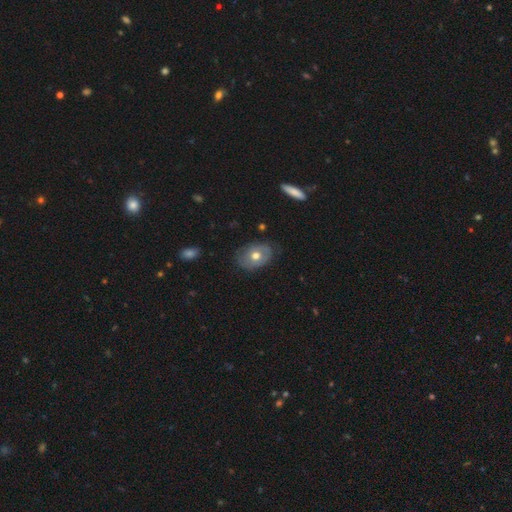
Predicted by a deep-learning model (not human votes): Morphology: type=smooth (51%); roundness=in between (75%); merging=none (74%).